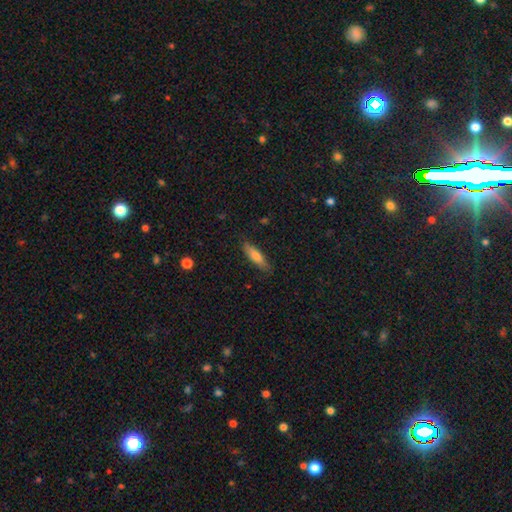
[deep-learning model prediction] Morphology: type=smooth (73%); roundness=cigar-shaped (67%); merging=none (85%).